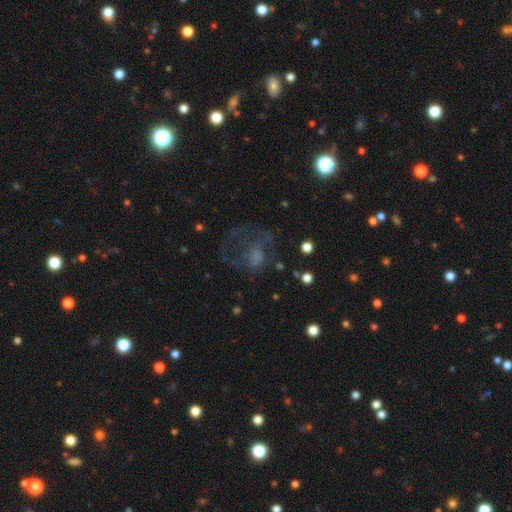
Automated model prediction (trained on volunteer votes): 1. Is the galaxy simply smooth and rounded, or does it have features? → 43% featured or disk, 36% smooth, 20% star or artifact.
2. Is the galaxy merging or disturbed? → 41% major disturbance, 39% none, 16% minor disturbance, 3% merger.